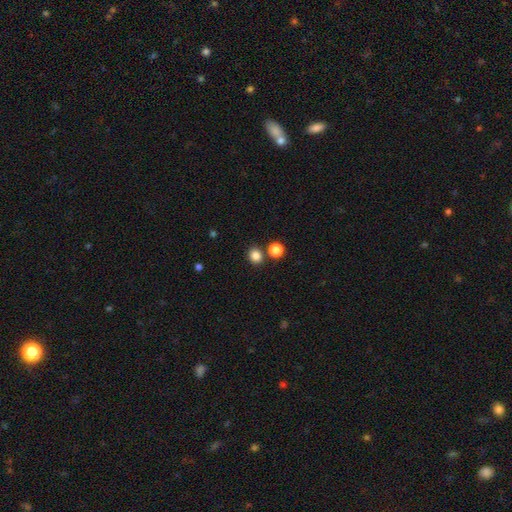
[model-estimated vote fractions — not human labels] smooth-or-featured: smooth: 83% | star or artifact: 13% | featured or disk: 4%
  how-rounded: round: 76% | in between: 23% | cigar-shaped: 1%
  merging: none: 78% | merger: 12% | minor disturbance: 8% | major disturbance: 3%